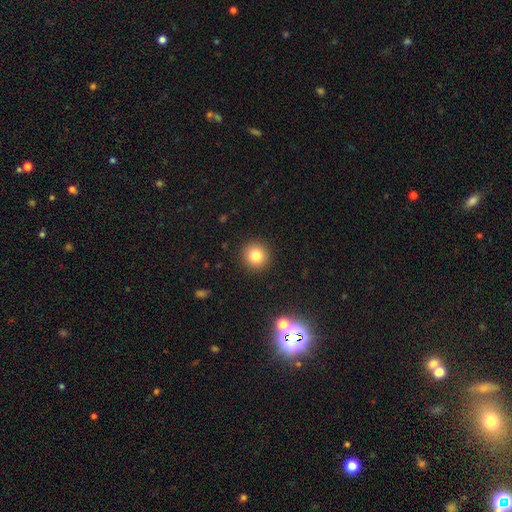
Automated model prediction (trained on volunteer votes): Morphology: type=smooth (81%); roundness=round (94%); merging=none (92%).